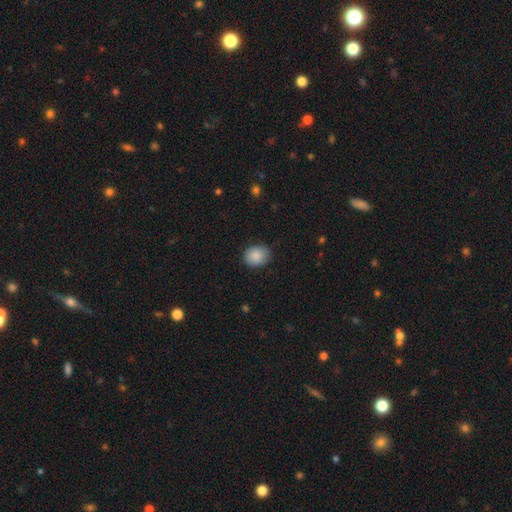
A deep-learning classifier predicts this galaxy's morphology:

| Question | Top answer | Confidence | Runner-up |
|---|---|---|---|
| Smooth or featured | smooth | 88% | star or artifact (7%) |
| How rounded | round | 59% | in between (41%) |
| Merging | none | 83% | minor disturbance (14%) |